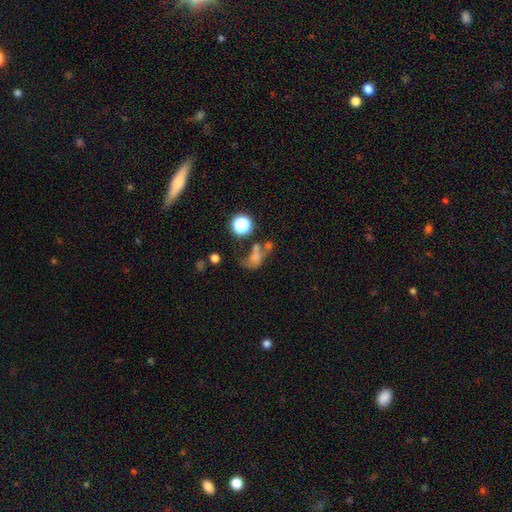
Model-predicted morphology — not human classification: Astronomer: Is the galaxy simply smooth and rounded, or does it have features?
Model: smooth — 55%.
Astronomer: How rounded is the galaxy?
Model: in between — 63%.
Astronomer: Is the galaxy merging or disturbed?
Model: major disturbance — 33% (runner-up: merger, 30%).